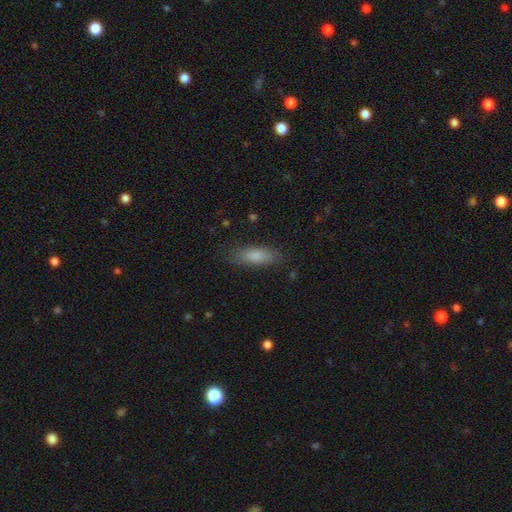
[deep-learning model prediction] Smooth or featured? Predicted: smooth (p=0.83). How rounded? Predicted: in between (p=0.58). Merging? Predicted: none (p=0.82).